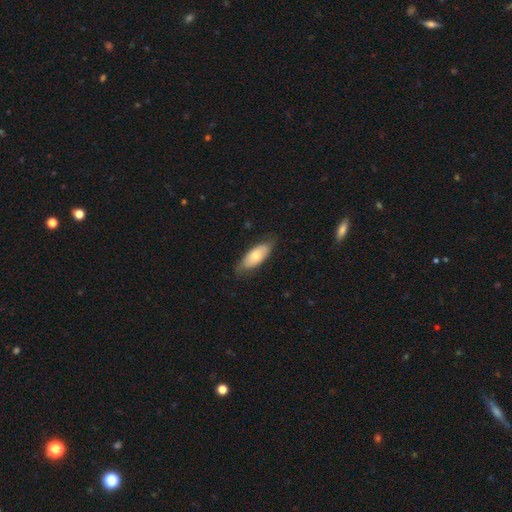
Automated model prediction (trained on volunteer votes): This appears to be a smooth galaxy with no disk features (72%) that is in between round and cigar-shaped (82%). Merging: none (77%).